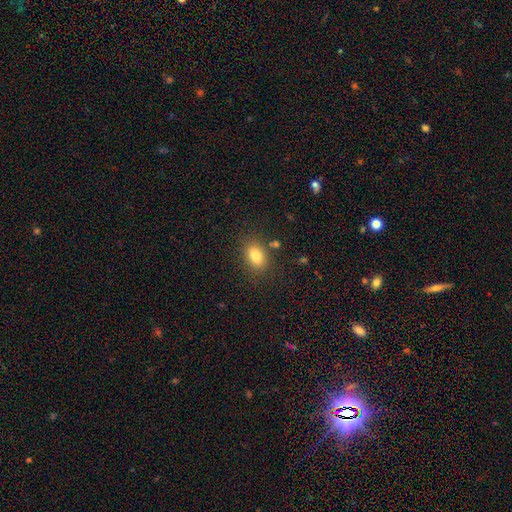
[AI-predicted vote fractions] A smooth galaxy with no disk features (80%) that is in between round and cigar-shaped (81%).

Vote fractions:
- Smooth or featured? smooth: 80% / star or artifact: 10% / featured or disk: 10%
- How rounded? in between: 81% / round: 17% / cigar-shaped: 2%
- Merging? none: 80% / minor disturbance: 12% / merger: 5% / major disturbance: 3%